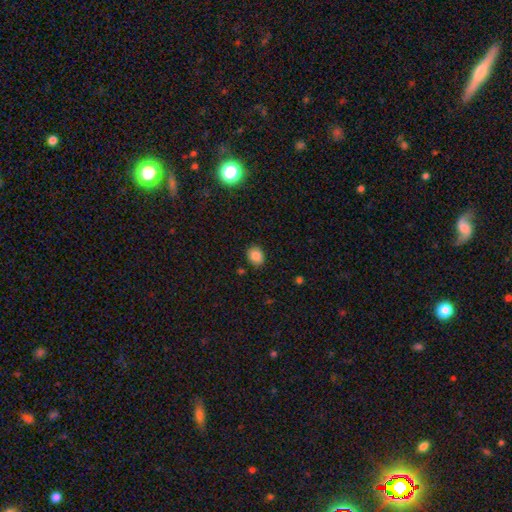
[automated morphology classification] A smooth galaxy with no disk features (85%) that is in between round and cigar-shaped (51%).

Vote fractions:
- Smooth or featured? smooth: 85% / star or artifact: 10% / featured or disk: 5%
- How rounded? in between: 51% / round: 48% / cigar-shaped: 1%
- Merging? none: 86% / minor disturbance: 10% / major disturbance: 2% / merger: 2%